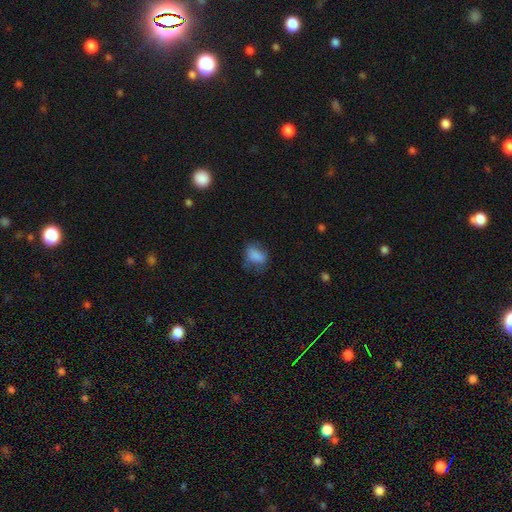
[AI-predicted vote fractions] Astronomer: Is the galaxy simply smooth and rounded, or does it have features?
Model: smooth — 80%.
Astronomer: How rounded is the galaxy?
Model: in between — 75%.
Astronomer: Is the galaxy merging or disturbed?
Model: none — 53% (runner-up: minor disturbance, 29%).